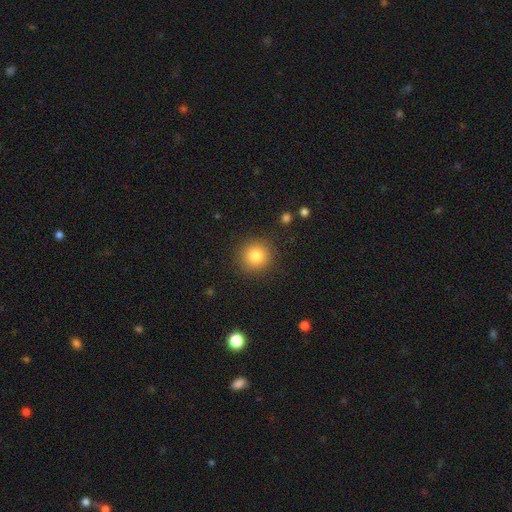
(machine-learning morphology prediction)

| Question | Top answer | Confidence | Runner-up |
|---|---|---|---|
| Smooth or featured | smooth | 83% | star or artifact (10%) |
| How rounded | round | 92% | in between (7%) |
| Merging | none | 89% | minor disturbance (7%) |